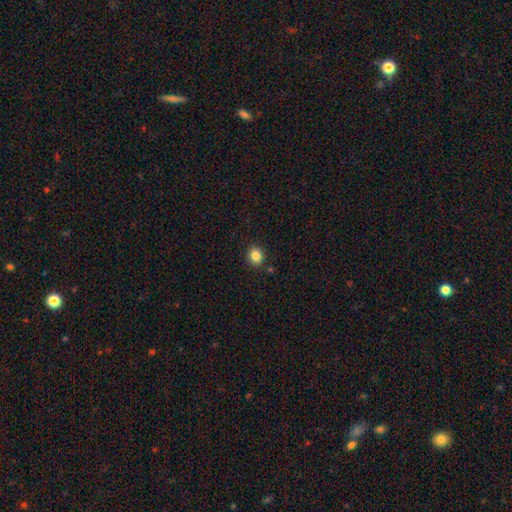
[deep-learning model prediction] A smooth galaxy with no disk features (84%) that is round (76%). Merging: none (88%).